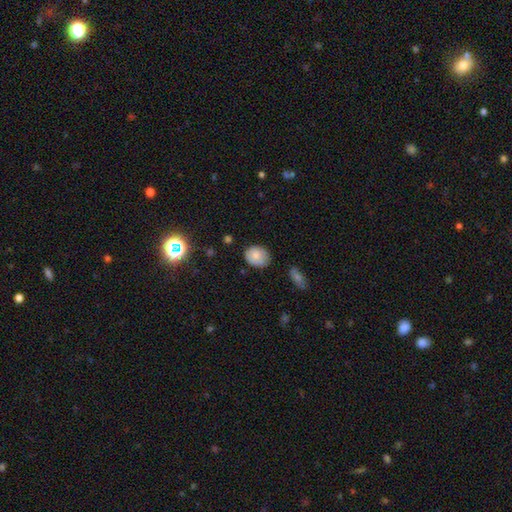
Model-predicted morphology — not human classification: smooth-or-featured: smooth: 78% | featured or disk: 12% | star or artifact: 9%
  how-rounded: in between: 51% | round: 48% | cigar-shaped: 1%
  merging: none: 72% | minor disturbance: 22% | major disturbance: 4% | merger: 2%